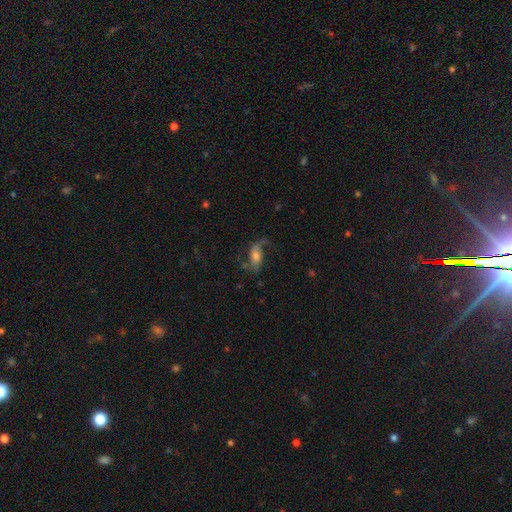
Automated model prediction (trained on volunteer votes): This appears to be a featured or disk galaxy (62%) with no bar (52%), spiral arms (88%) and a moderate central bulge (51%). Merging: none (55%).